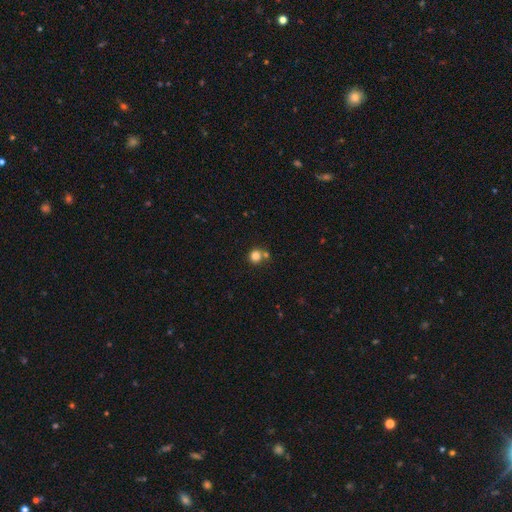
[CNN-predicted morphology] A smooth galaxy with no disk features (83%) that is round (89%). Merging: none (64%).